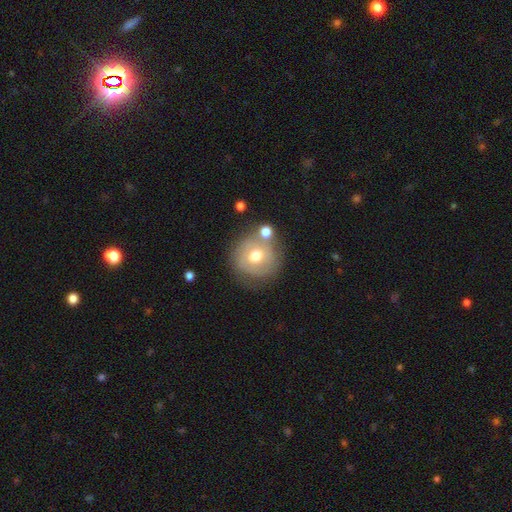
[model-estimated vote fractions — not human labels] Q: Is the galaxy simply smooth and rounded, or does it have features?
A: smooth — 51%.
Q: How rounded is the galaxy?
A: round — 91%.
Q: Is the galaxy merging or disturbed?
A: none — 61%.